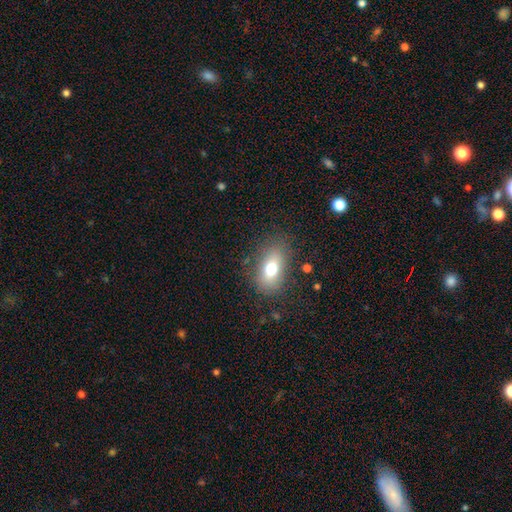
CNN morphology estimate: smooth-or-featured: smooth: 65% | featured or disk: 18% | star or artifact: 17%
  how-rounded: in between: 83% | round: 14% | cigar-shaped: 3%
  merging: none: 82% | minor disturbance: 12% | major disturbance: 4% | merger: 2%